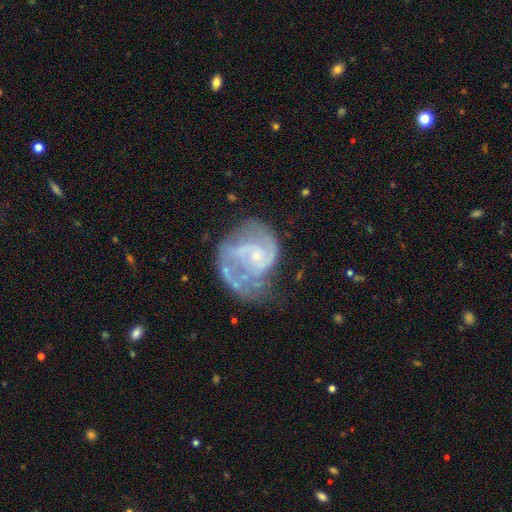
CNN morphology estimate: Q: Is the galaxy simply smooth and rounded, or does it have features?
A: featured or disk — 84%.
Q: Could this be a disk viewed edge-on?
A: no — 98%.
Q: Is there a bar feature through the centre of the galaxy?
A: no — 66%.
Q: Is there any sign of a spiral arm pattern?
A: yes — 91%.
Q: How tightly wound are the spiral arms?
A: medium — 45%.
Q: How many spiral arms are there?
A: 2 — 59%.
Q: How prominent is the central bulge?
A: small — 77%.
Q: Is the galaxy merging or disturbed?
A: none — 39%.